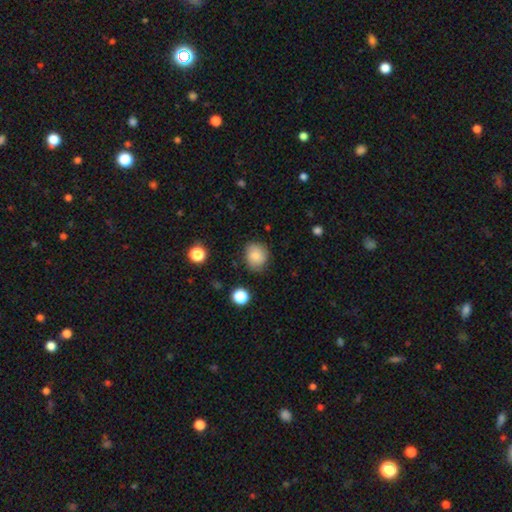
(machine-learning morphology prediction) smooth 82%, star or artifact 9%, featured or disk 9%. Down the decision tree: how rounded — round (72%); merging — none (79%).